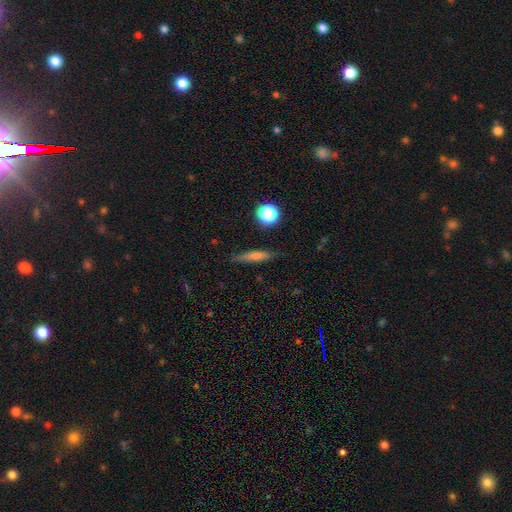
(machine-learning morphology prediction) Q: Smooth or featured?
A: smooth (57%); runner-up: featured or disk (32%)
Q: How rounded?
A: cigar-shaped (81%); runner-up: in between (14%)
Q: Merging?
A: none (84%); runner-up: minor disturbance (12%)